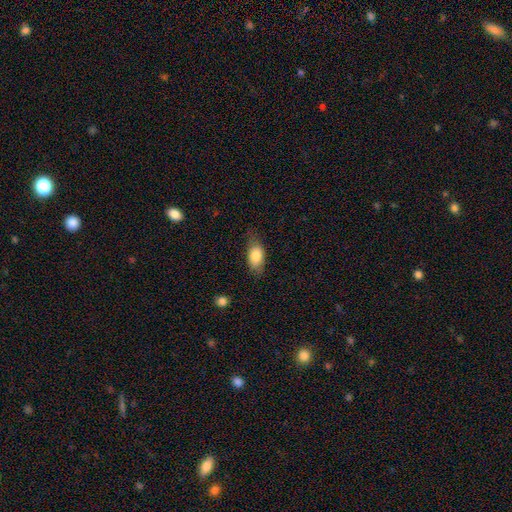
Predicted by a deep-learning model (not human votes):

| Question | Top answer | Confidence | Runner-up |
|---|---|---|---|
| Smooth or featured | smooth | 81% | featured or disk (12%) |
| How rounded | in between | 89% | round (6%) |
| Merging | none | 70% | minor disturbance (22%) |